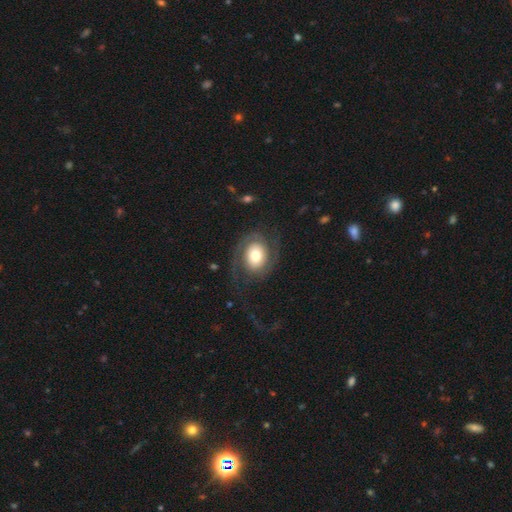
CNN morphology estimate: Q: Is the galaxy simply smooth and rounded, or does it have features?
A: featured or disk — 69%.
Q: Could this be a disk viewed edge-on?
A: no — 97%.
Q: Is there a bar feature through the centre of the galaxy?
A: no — 73%.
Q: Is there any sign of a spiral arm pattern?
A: yes — 86%.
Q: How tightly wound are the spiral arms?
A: medium — 40%.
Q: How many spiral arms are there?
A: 2 — 79%.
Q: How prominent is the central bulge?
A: moderate — 51%.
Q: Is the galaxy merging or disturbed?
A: none — 64%.